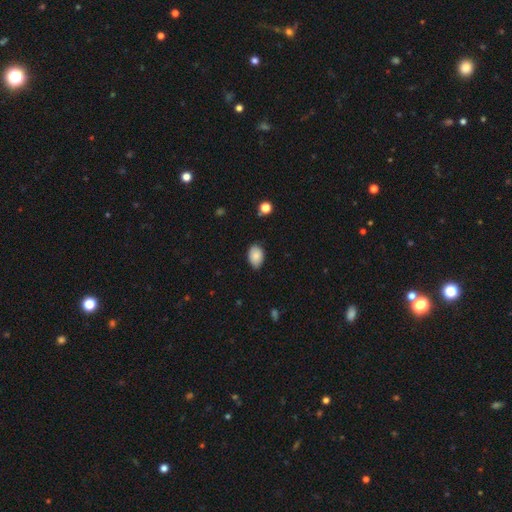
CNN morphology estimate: smooth 86%, star or artifact 8%, featured or disk 7%. Down the decision tree: how rounded — in between (86%); merging — none (79%).